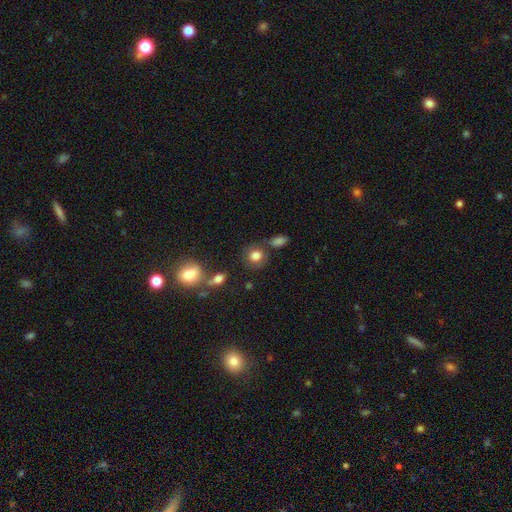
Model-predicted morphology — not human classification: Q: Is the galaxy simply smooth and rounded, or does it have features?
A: smooth — 80%.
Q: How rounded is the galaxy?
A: round — 78%.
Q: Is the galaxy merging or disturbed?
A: none — 70%.